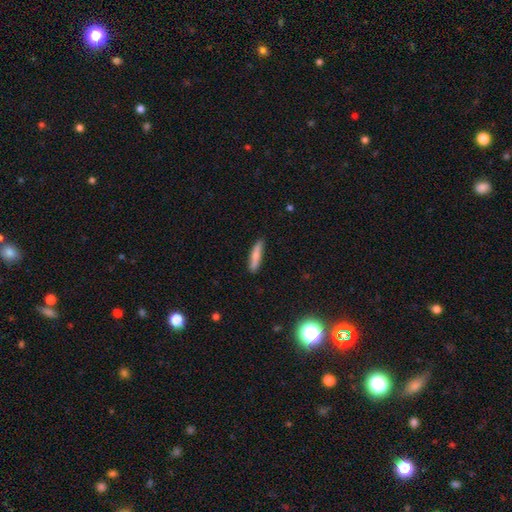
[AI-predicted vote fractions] Smooth or featured? smooth (70%)
How rounded? cigar-shaped (85%)
Merging? none (84%)